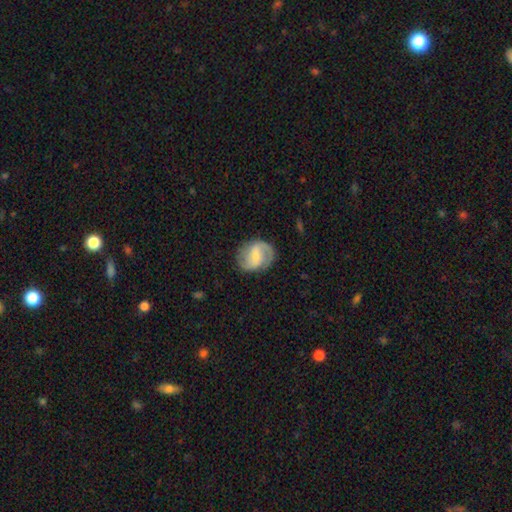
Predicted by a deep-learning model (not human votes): A featured or disk galaxy (72%) with a weak bar (52%), 2 (84%) medium (47%) spiral arms (93%) and a small central bulge (55%). Merging: none (76%).